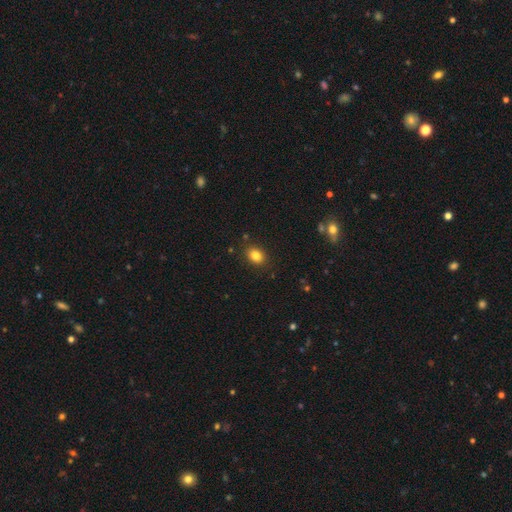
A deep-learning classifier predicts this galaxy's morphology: smooth-or-featured: smooth: 83% | star or artifact: 11% | featured or disk: 6%
  how-rounded: in between: 64% | round: 35% | cigar-shaped: 1%
  merging: none: 87% | minor disturbance: 9% | major disturbance: 2% | merger: 2%